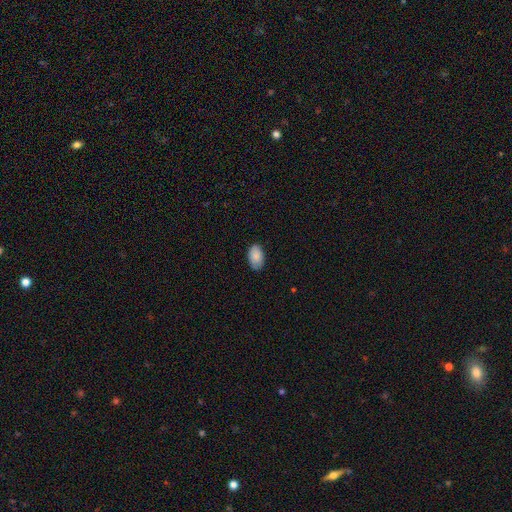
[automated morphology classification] Q: Smooth or featured?
A: smooth (88%); runner-up: star or artifact (6%)
Q: How rounded?
A: in between (93%); runner-up: round (5%)
Q: Merging?
A: none (84%); runner-up: minor disturbance (13%)